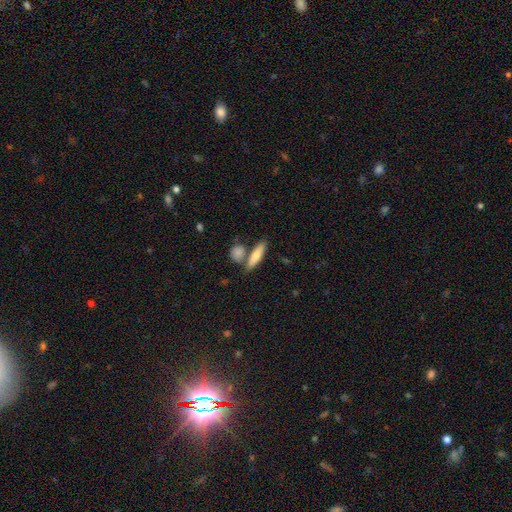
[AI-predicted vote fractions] Smooth or featured? Predicted: smooth (p=0.71). How rounded? Predicted: cigar-shaped (p=0.65). Merging? Predicted: none (p=0.66).